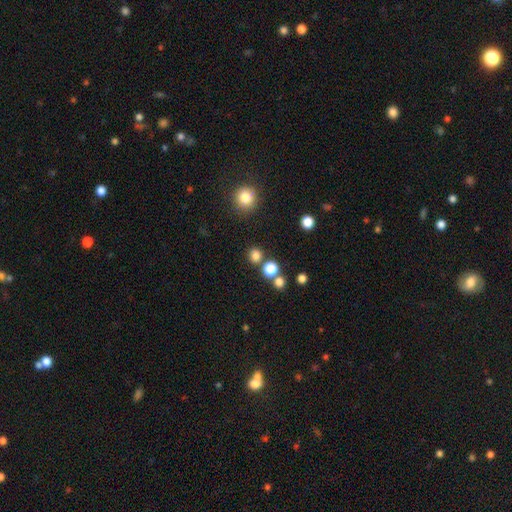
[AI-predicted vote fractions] Smooth or featured: smooth — 80% (star or artifact — 16%)
How rounded: round — 88% (in between — 11%)
Merging: none — 79% (merger — 11%)